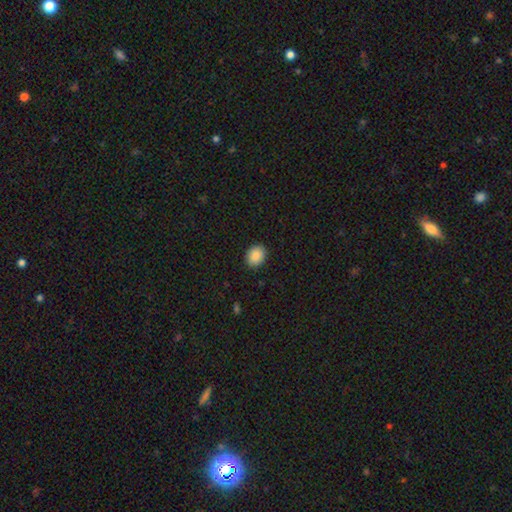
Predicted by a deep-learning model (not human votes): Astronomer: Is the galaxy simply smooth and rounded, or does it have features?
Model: smooth — 88%.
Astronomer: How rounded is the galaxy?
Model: in between — 52% (runner-up: round, 48%).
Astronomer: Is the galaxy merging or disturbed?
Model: none — 90%.